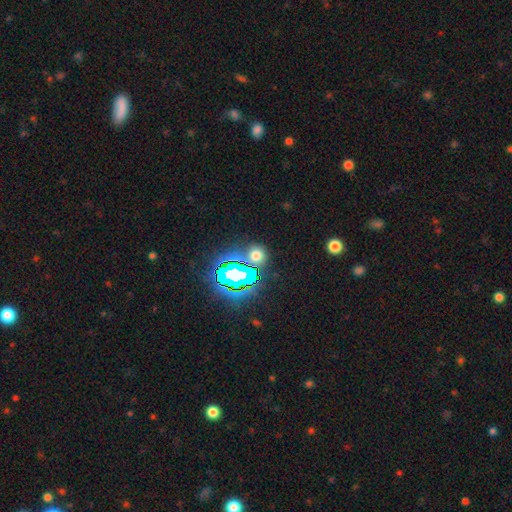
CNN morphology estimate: smooth_or_featured: smooth (p=0.50) [alt: star or artifact p=0.42]
merging: none (p=0.78) [alt: minor disturbance p=0.09]